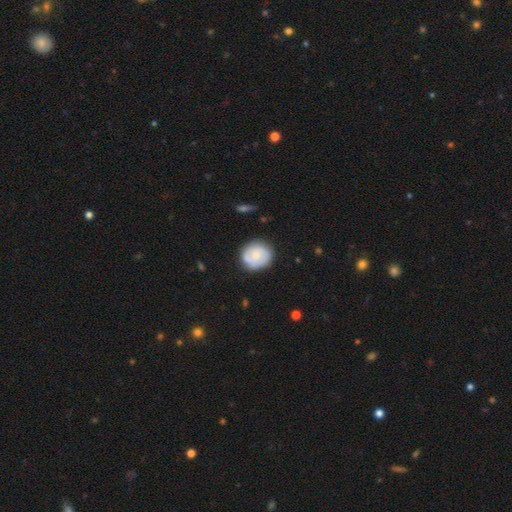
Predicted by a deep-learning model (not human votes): The model was most divided on "smooth or featured": smooth: 59%, featured or disk: 34%, star or artifact: 6%. More confident: how rounded — round (80%); merging — none (74%).